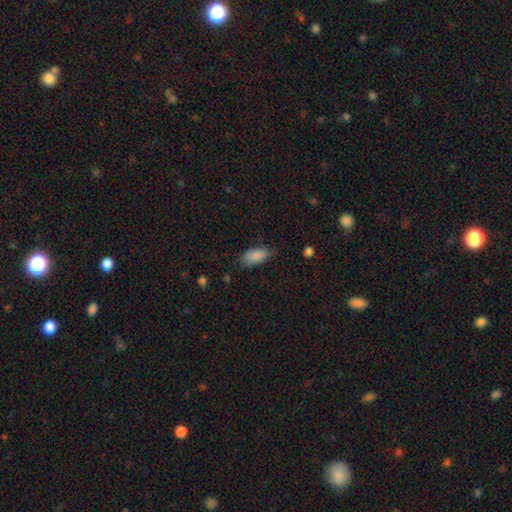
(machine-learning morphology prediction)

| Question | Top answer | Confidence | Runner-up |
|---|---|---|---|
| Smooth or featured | smooth | 85% | star or artifact (8%) |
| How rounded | in between | 91% | cigar-shaped (6%) |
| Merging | none | 65% | minor disturbance (27%) |